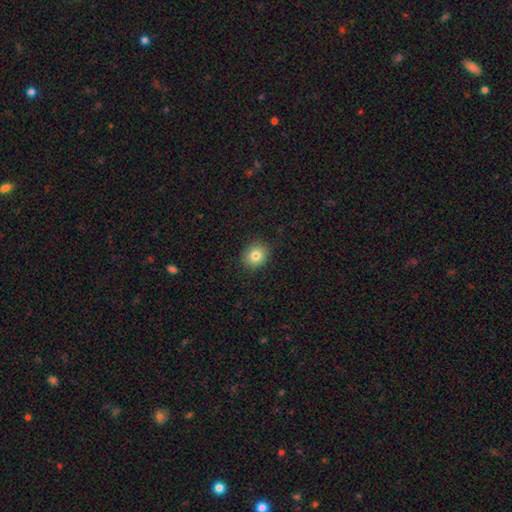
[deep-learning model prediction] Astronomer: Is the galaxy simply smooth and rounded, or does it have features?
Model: smooth — 82%.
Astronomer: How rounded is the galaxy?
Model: round — 77%.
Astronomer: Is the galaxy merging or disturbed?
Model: none — 89%.